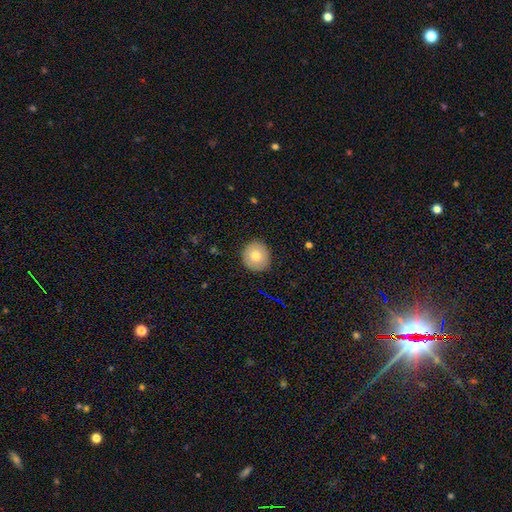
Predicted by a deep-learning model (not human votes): Q: Smooth or featured?
A: smooth (77%); runner-up: featured or disk (14%)
Q: How rounded?
A: round (92%); runner-up: in between (7%)
Q: Merging?
A: none (90%); runner-up: minor disturbance (7%)